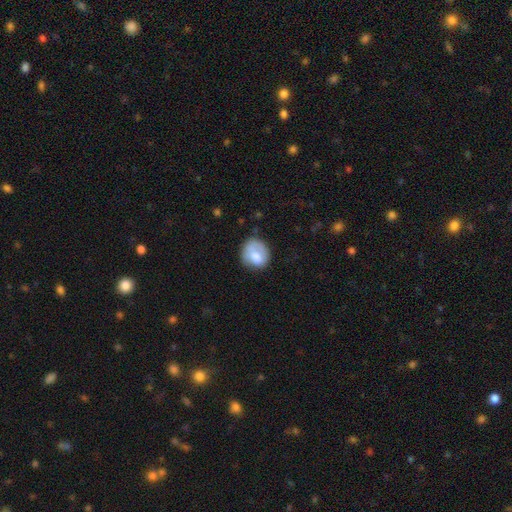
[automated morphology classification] smooth-or-featured: smooth: 66% | featured or disk: 27% | star or artifact: 8%
  how-rounded: round: 64% | in between: 35% | cigar-shaped: 1%
  merging: none: 53% | minor disturbance: 27% | major disturbance: 15% | merger: 4%